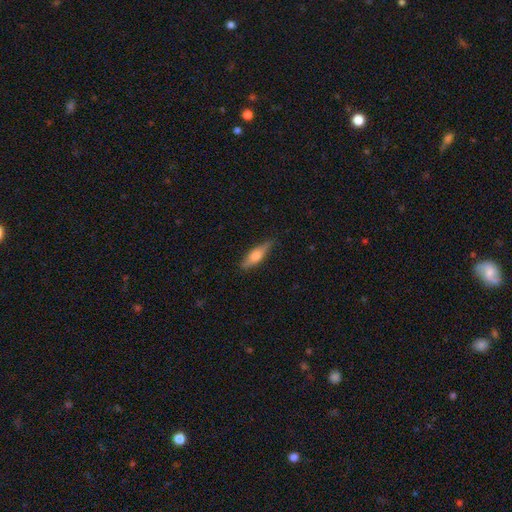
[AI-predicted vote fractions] smooth-or-featured: smooth: 49% | featured or disk: 45% | star or artifact: 6%
  merging: none: 85% | minor disturbance: 12% | major disturbance: 2% | merger: 1%